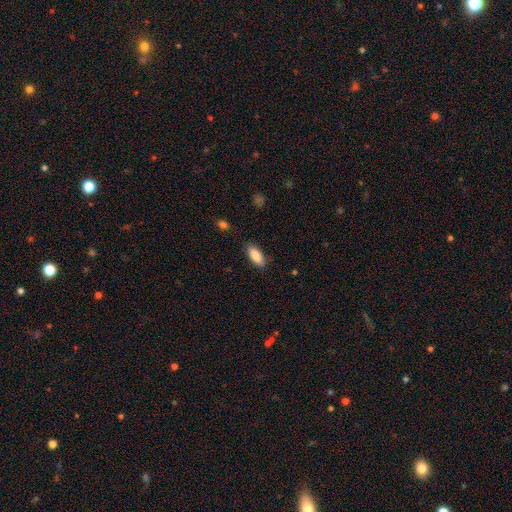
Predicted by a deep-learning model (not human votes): A smooth galaxy with no disk features (88%) that is in between round and cigar-shaped (87%). Merging: none (85%).